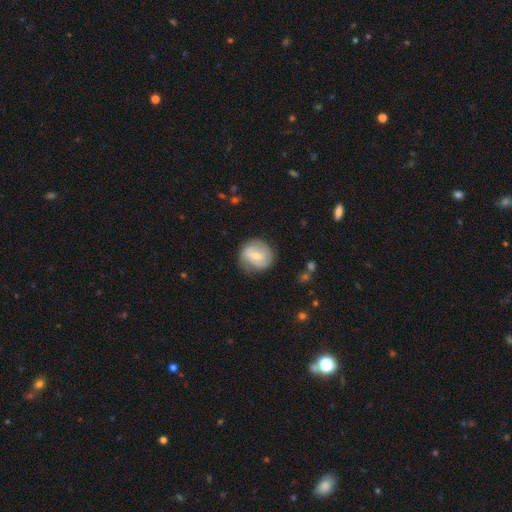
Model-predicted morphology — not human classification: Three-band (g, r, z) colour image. It shows a featured or disk galaxy (51%). Merging: none (67%).